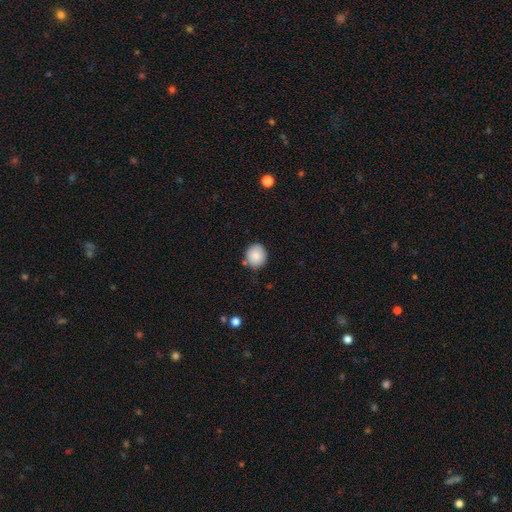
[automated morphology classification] A smooth galaxy with no disk features (86%) that is round (82%).

Vote fractions:
- Smooth or featured? smooth: 86% / star or artifact: 8% / featured or disk: 6%
- How rounded? round: 82% / in between: 17% / cigar-shaped: 1%
- Merging? none: 80% / minor disturbance: 13% / merger: 4% / major disturbance: 3%